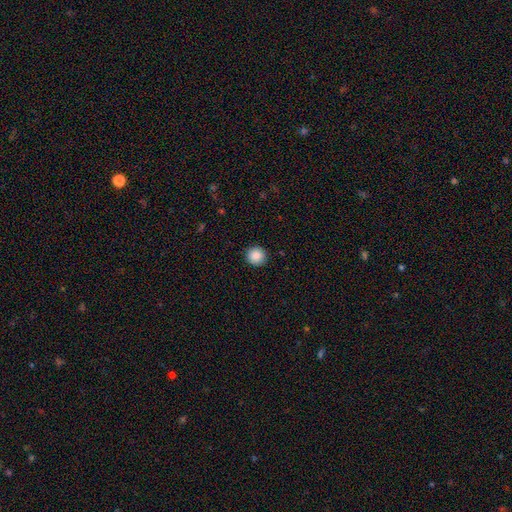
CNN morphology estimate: smooth_or_featured: smooth (p=0.88) [alt: star or artifact p=0.09]
how_rounded: round (p=0.94) [alt: in between p=0.05]
merging: none (p=0.92) [alt: minor disturbance p=0.05]